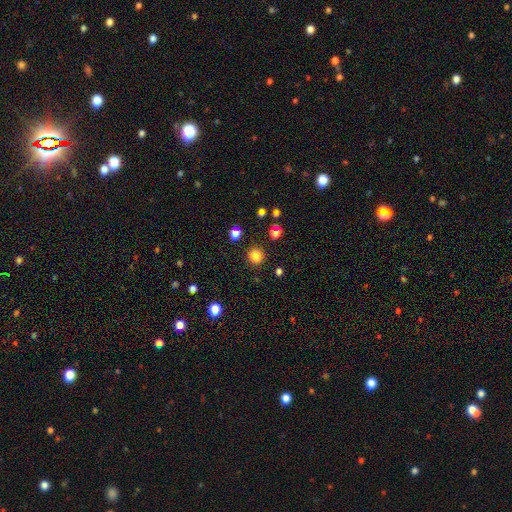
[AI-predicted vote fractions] This appears to be a smooth galaxy with no disk features (83%) that is round (85%). Merging: none (88%).